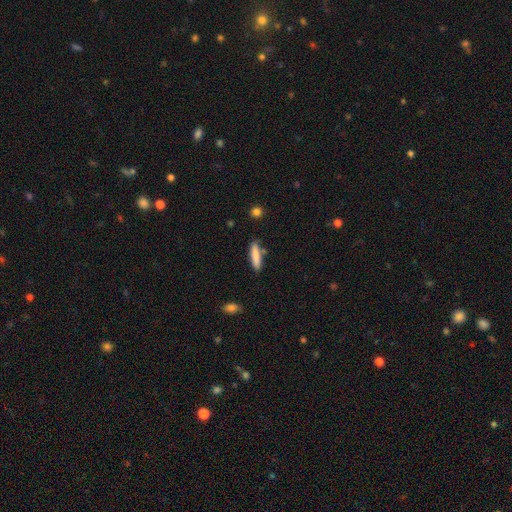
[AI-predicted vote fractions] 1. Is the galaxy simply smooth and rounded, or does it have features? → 83% smooth, 11% featured or disk, 6% star or artifact.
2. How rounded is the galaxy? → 81% cigar-shaped, 17% in between, 1% round.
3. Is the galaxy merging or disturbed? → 80% none, 13% minor disturbance, 5% merger, 3% major disturbance.